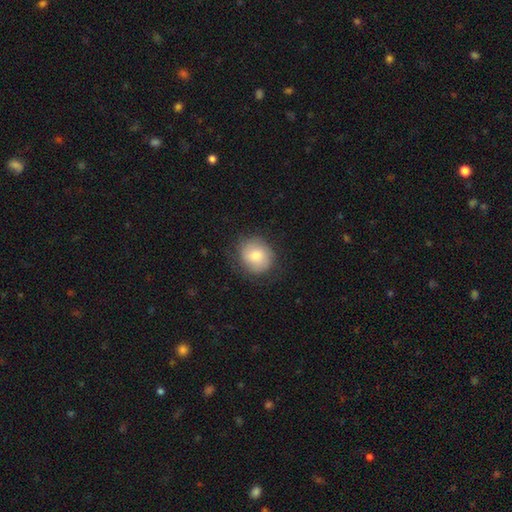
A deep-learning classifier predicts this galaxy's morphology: Overall: smooth (73%). How rounded: round (77%). Merging: none (78%).